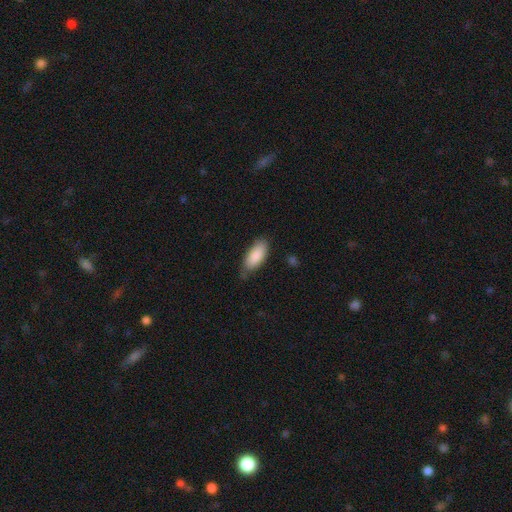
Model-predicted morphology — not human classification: A smooth galaxy with no disk features (88%) that is in between round and cigar-shaped (88%).

Vote fractions:
- Smooth or featured? smooth: 88% / featured or disk: 6% / star or artifact: 6%
- How rounded? in between: 88% / cigar-shaped: 10% / round: 2%
- Merging? none: 69% / minor disturbance: 25% / major disturbance: 4% / merger: 2%